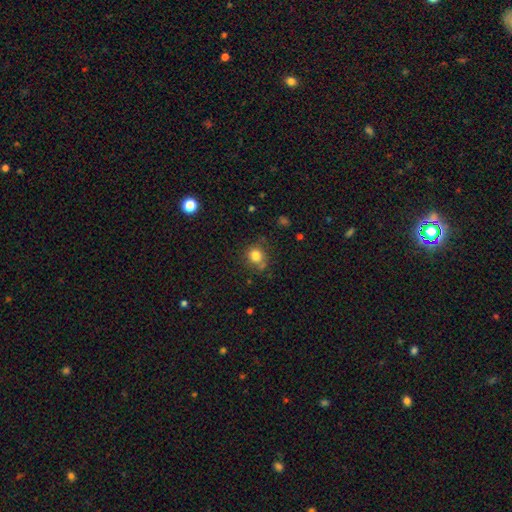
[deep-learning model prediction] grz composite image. It shows a smooth galaxy with no disk features (81%) that is round (85%). Merging: none (73%).